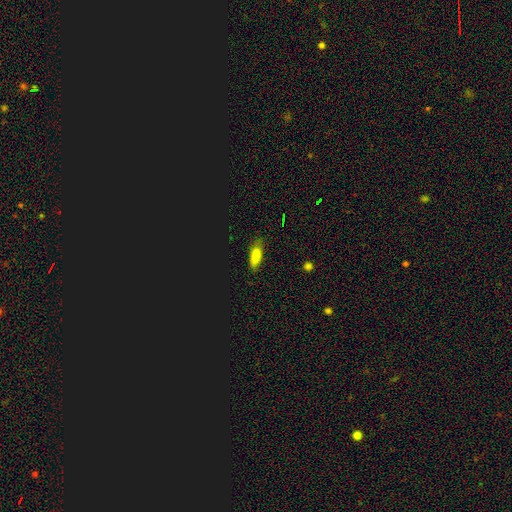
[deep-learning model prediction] Overall: smooth (77%). How rounded: in between (72%). Merging: none (73%).